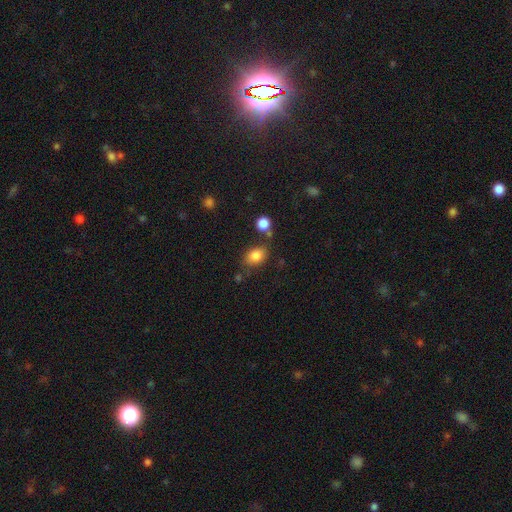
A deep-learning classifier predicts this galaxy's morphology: Smooth or featured? Predicted: smooth (p=0.82). How rounded? Predicted: in between (p=0.71). Merging? Predicted: none (p=0.70).